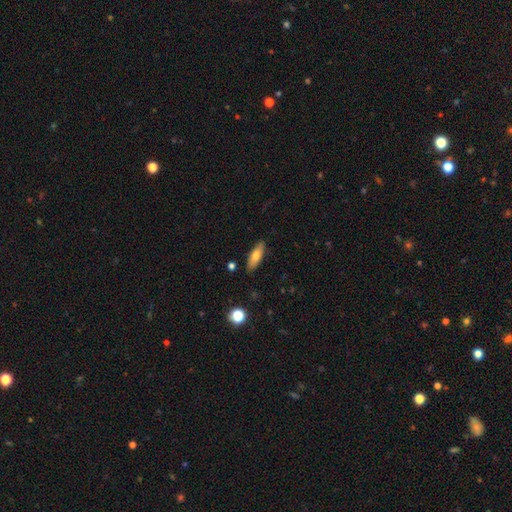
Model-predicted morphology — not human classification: This is likely a smooth galaxy (72%). How rounded: possibly in between (56%). Merging: clearly none (86%).